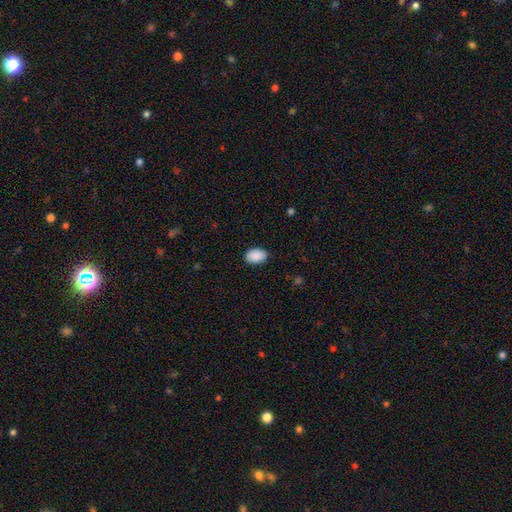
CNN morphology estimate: smooth 90%, star or artifact 7%, featured or disk 3%. Down the decision tree: how rounded — in between (86%); merging — none (86%).